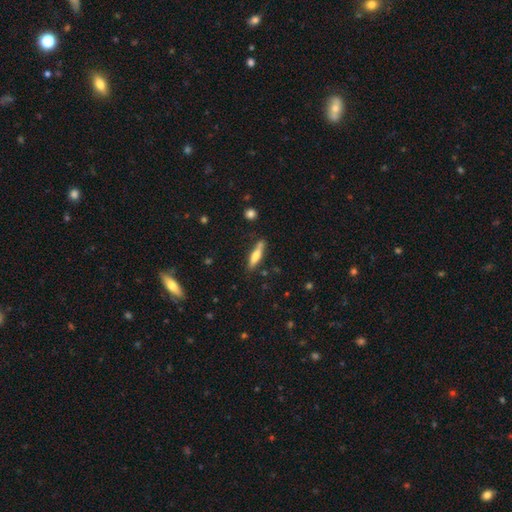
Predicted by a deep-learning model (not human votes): Smooth or featured? Predicted: smooth (p=0.57). How rounded? Predicted: cigar-shaped (p=0.78). Merging? Predicted: none (p=0.78).